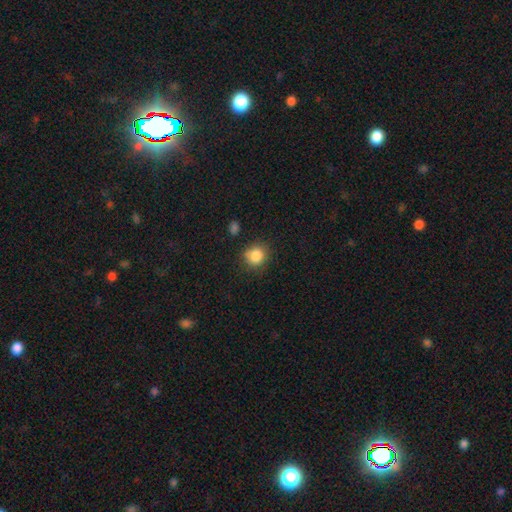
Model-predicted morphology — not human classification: smooth-or-featured: smooth: 85% | star or artifact: 10% | featured or disk: 5%
  how-rounded: round: 84% | in between: 16% | cigar-shaped: 1%
  merging: none: 76% | minor disturbance: 16% | merger: 4% | major disturbance: 4%